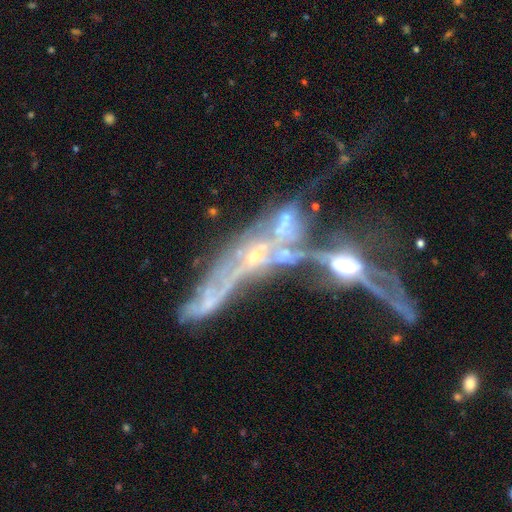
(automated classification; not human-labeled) Q: Smooth or featured?
A: featured or disk (69%); runner-up: star or artifact (17%)
Q: Edge-on disk?
A: no (56%); runner-up: yes (44%)
Q: Merging?
A: merger (57%); runner-up: none (17%)